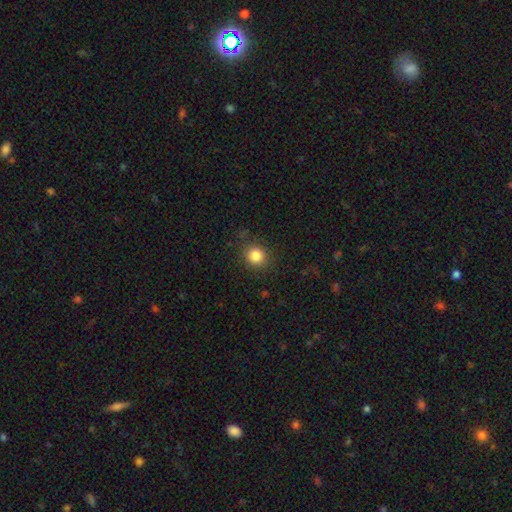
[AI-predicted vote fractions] Smooth or featured? Predicted: smooth (p=0.84). How rounded? Predicted: round (p=0.87). Merging? Predicted: none (p=0.86).